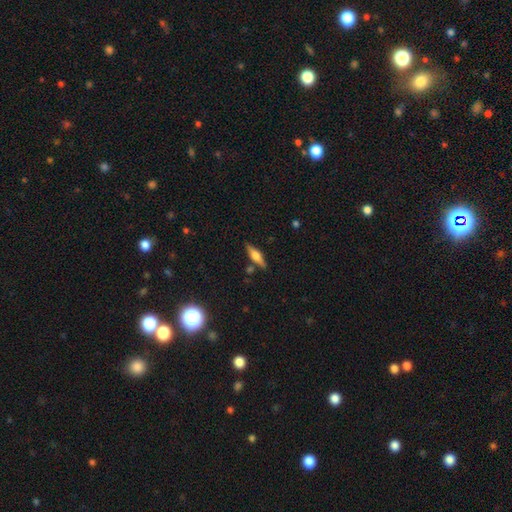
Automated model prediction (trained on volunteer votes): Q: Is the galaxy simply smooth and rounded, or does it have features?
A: featured or disk — 60%.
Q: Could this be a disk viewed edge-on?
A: yes — 95%.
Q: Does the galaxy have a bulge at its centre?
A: rounded — 88%.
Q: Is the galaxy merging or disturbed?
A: none — 84%.